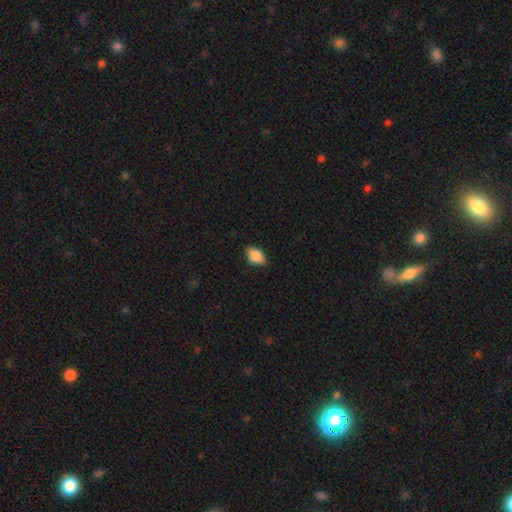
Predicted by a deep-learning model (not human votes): Smooth or featured?
  - smooth: 83% *
  - featured or disk: 9%
  - star or artifact: 8%
How rounded?
  - in between: 89% *
  - round: 7%
  - cigar-shaped: 4%
Merging?
  - none: 80% *
  - minor disturbance: 16%
  - major disturbance: 3%
  - merger: 1%